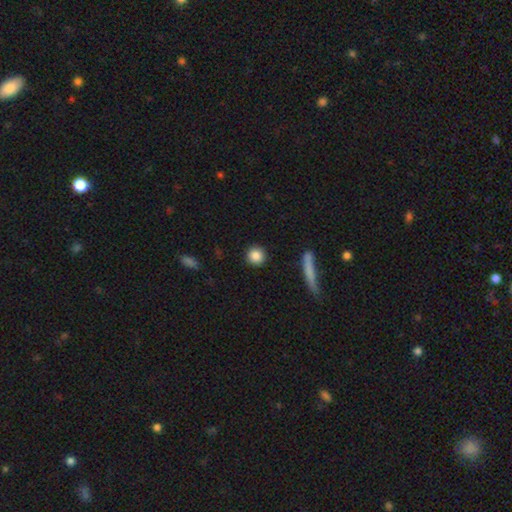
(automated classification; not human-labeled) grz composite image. It shows a smooth galaxy with no disk features (87%) that is round (92%). Merging: none (92%).